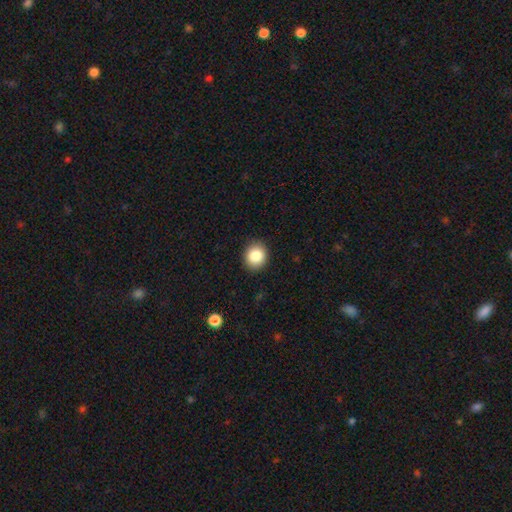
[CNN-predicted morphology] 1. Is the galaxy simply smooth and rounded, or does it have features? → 85% smooth, 9% star or artifact, 6% featured or disk.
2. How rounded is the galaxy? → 76% round, 23% in between, 1% cigar-shaped.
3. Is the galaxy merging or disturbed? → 90% none, 7% minor disturbance, 2% major disturbance, 1% merger.